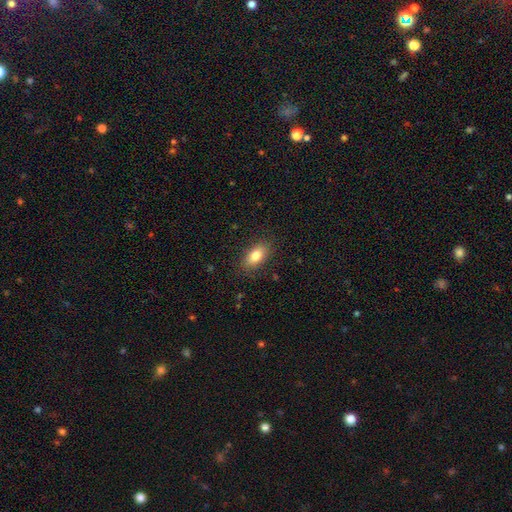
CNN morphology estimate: type=smooth (82%); roundness=in between (89%); merging=none (86%).